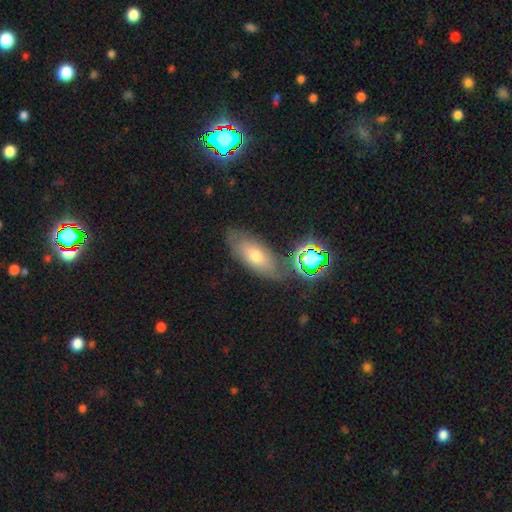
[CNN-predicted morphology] A smooth galaxy with no disk features (62%) that is in between round and cigar-shaped (80%). Merging: none (72%).